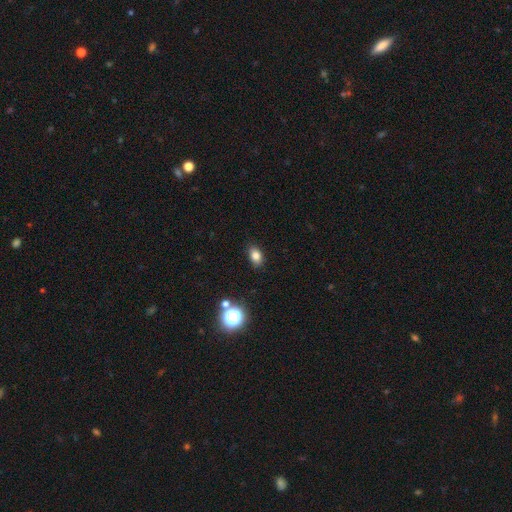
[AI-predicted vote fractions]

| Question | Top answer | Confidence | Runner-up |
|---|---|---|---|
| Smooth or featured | smooth | 80% | star or artifact (13%) |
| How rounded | in between | 83% | round (16%) |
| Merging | none | 87% | minor disturbance (9%) |